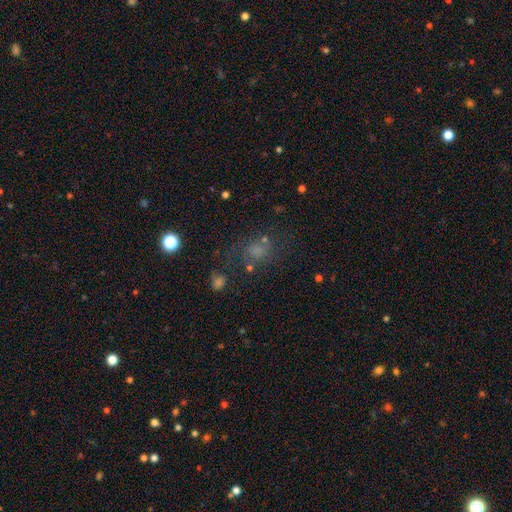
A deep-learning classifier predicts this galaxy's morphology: Overall: smooth (44%; star or artifact 38%). Merging: none (60%).